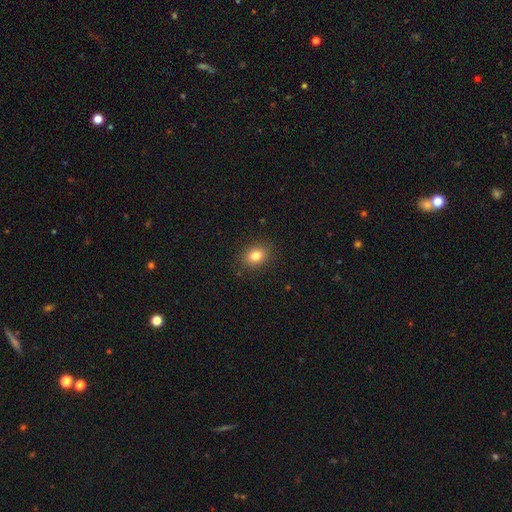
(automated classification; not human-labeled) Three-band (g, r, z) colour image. It shows a smooth galaxy with no disk features (82%) that is in between round and cigar-shaped (57%). Merging: none (88%).